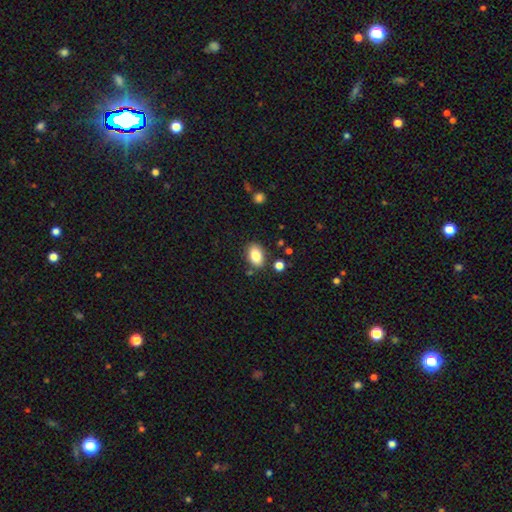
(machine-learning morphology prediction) A smooth galaxy with no disk features (84%) that is in between round and cigar-shaped (87%). Merging: none (82%).